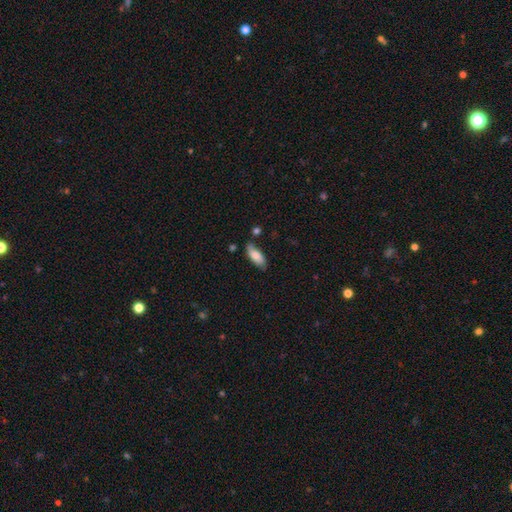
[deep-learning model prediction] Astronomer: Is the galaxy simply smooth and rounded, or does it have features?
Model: smooth — 80%.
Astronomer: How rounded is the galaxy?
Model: in between — 78%.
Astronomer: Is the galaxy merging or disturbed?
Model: none — 70%.